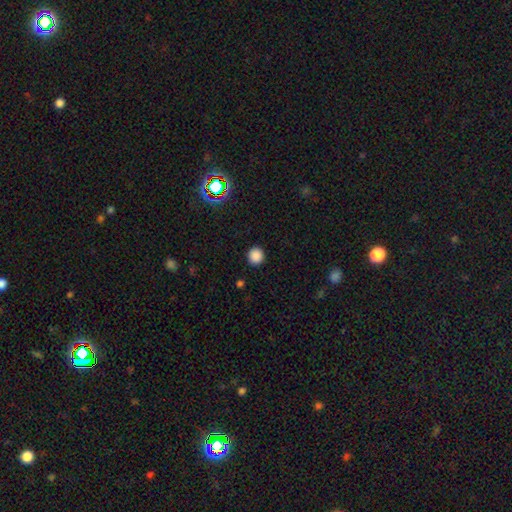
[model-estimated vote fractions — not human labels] Q: Smooth or featured?
A: smooth (86%); runner-up: star or artifact (12%)
Q: How rounded?
A: round (93%); runner-up: in between (6%)
Q: Merging?
A: none (92%); runner-up: minor disturbance (5%)